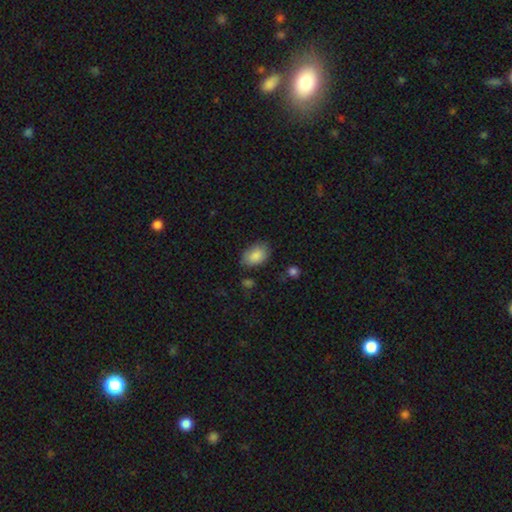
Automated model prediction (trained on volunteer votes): Q: Smooth or featured?
A: smooth (87%); runner-up: star or artifact (7%)
Q: How rounded?
A: in between (88%); runner-up: round (11%)
Q: Merging?
A: none (75%); runner-up: minor disturbance (18%)